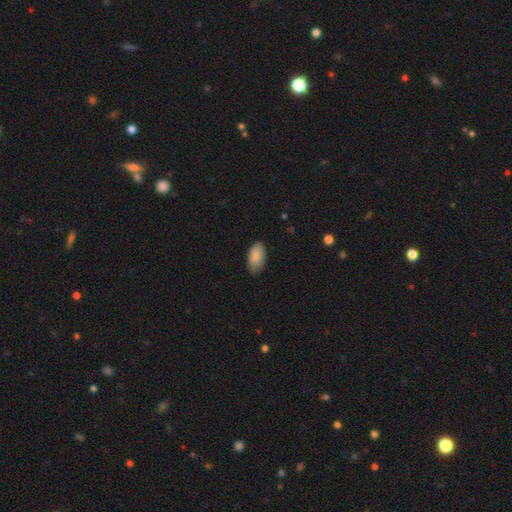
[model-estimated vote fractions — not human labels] Q: Smooth or featured?
A: smooth (88%); runner-up: star or artifact (6%)
Q: How rounded?
A: in between (95%); runner-up: round (3%)
Q: Merging?
A: none (76%); runner-up: minor disturbance (20%)